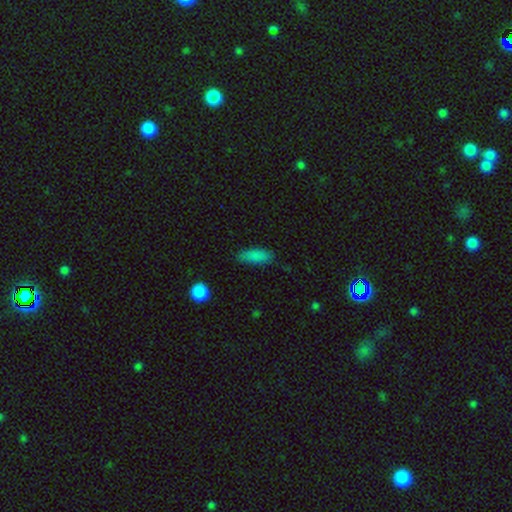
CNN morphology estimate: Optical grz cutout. It shows a smooth galaxy with no disk features (86%) that is in between round and cigar-shaped (72%). Merging: none (79%).